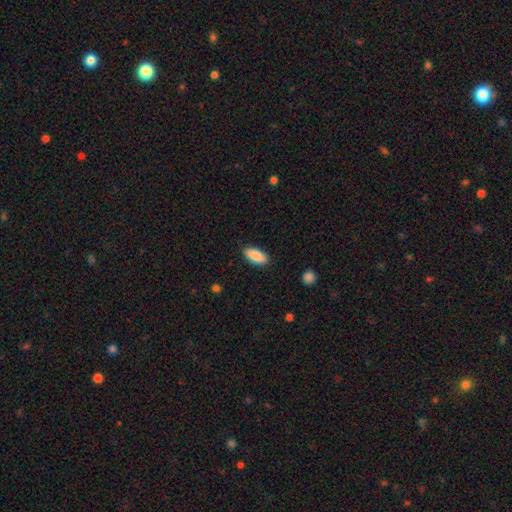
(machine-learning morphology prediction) Q: Smooth or featured?
A: smooth (88%); runner-up: featured or disk (6%)
Q: How rounded?
A: in between (84%); runner-up: cigar-shaped (14%)
Q: Merging?
A: none (87%); runner-up: minor disturbance (9%)